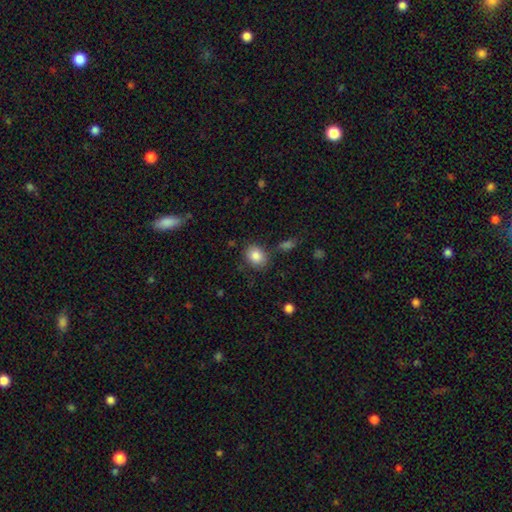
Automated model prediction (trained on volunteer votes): Smooth or featured? smooth (85%)
How rounded? round (51%)
Merging? none (78%)